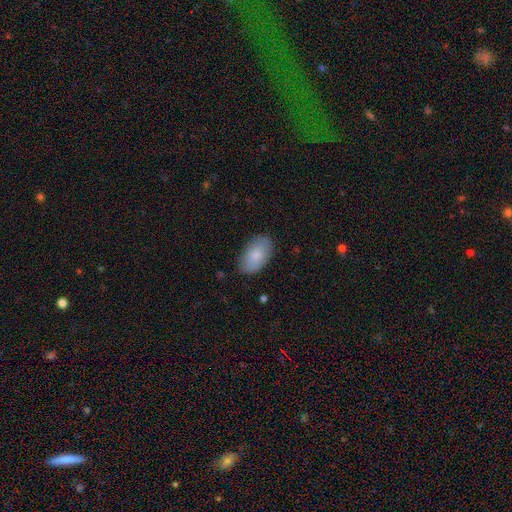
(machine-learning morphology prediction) A smooth galaxy with no disk features (82%) that is in between round and cigar-shaped (94%). Merging: none (84%).